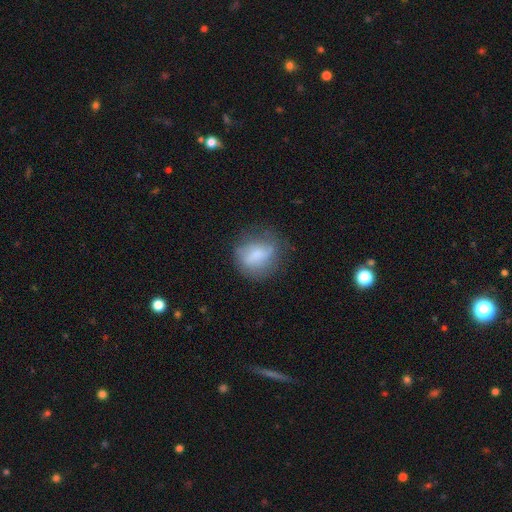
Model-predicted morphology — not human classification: Q: Smooth or featured?
A: smooth (63%); runner-up: featured or disk (28%)
Q: How rounded?
A: round (61%); runner-up: in between (37%)
Q: Merging?
A: none (57%); runner-up: minor disturbance (26%)